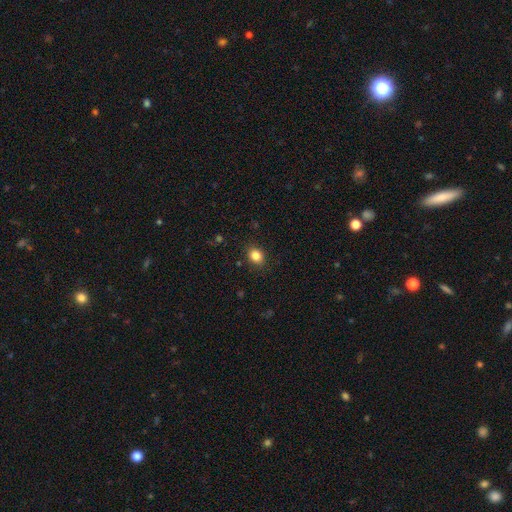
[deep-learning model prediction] Smooth or featured?
  - smooth: 84% *
  - star or artifact: 11%
  - featured or disk: 5%
How rounded?
  - round: 53% *
  - in between: 46%
  - cigar-shaped: 1%
Merging?
  - none: 88% *
  - minor disturbance: 9%
  - major disturbance: 2%
  - merger: 1%